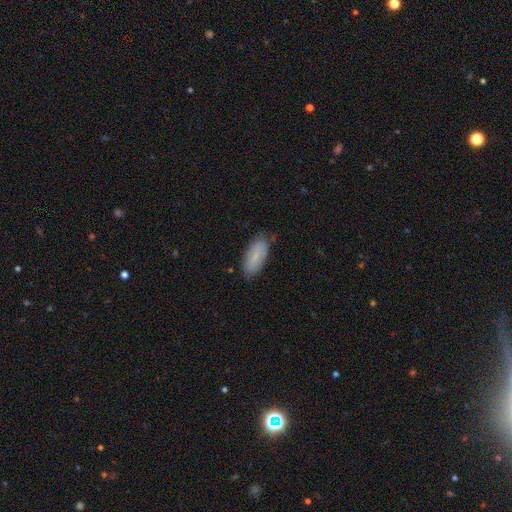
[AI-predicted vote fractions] smooth_or_featured: smooth (p=0.74) [alt: featured or disk p=0.19]
how_rounded: in between (p=0.86) [alt: cigar-shaped p=0.12]
merging: none (p=0.79) [alt: minor disturbance p=0.16]